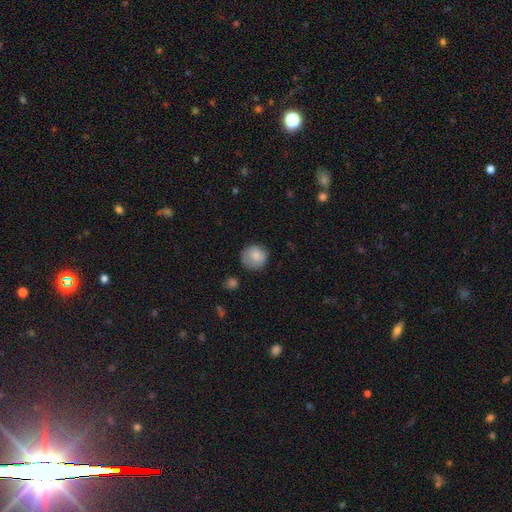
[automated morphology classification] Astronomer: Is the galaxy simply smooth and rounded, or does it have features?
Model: smooth — 83%.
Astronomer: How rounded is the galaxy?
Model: round — 89%.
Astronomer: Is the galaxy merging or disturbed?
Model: none — 73%.